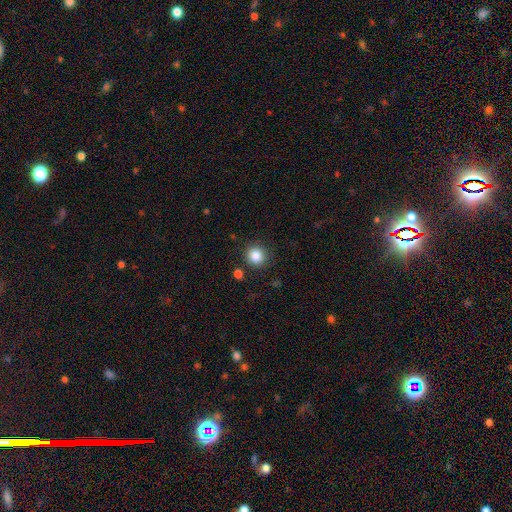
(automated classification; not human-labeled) Q: Smooth or featured?
A: smooth (85%); runner-up: star or artifact (11%)
Q: How rounded?
A: round (92%); runner-up: in between (7%)
Q: Merging?
A: none (87%); runner-up: minor disturbance (8%)